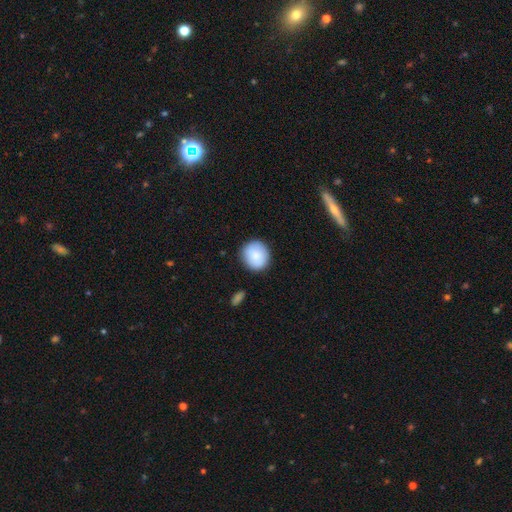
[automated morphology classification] Overall: smooth (85%). How rounded: round (85%). Merging: none (87%).